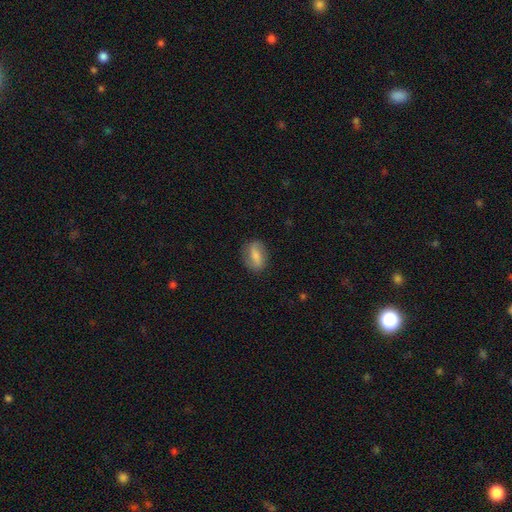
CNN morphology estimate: smooth-or-featured: smooth: 60% | featured or disk: 32% | star or artifact: 8%
  how-rounded: in between: 76% | round: 18% | cigar-shaped: 7%
  merging: none: 81% | minor disturbance: 14% | major disturbance: 4% | merger: 1%